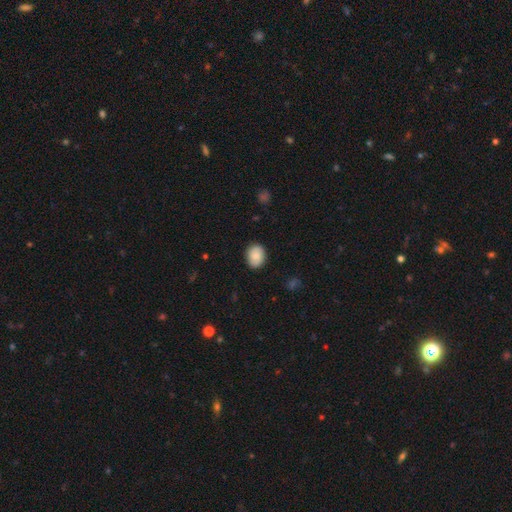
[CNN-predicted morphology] This is clearly a smooth galaxy (82%). How rounded: possibly in between (56%). Merging: clearly none (86%).